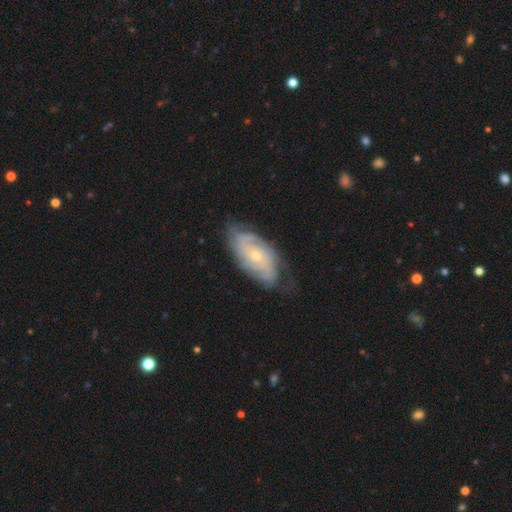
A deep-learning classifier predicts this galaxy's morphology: featured or disk 80%, smooth 14%, star or artifact 6%. Down the decision tree: edge-on disk — no (94%); bar — no (75%); spiral arms — yes (94%); spiral arm count — can't tell (36%); spiral winding — tight (64%); bulge size — small (65%); merging — none (71%).